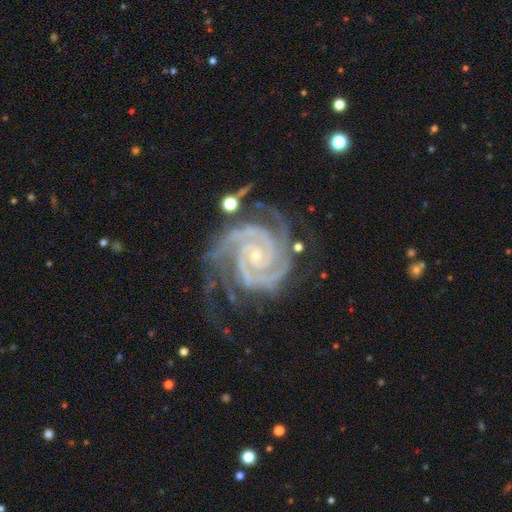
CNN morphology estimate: This appears to be a featured or disk galaxy (94%) with no bar (68%), 2 (38%) tight (77%) spiral arms (99%) and a small central bulge (80%). Merging: none (61%).